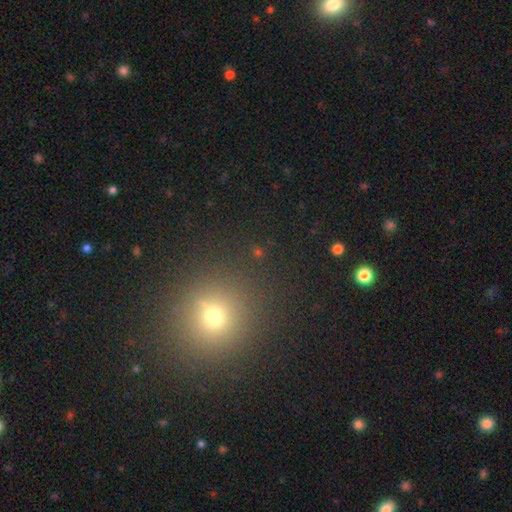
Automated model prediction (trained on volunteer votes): Smooth or featured? Predicted: smooth (p=0.52). How rounded? Predicted: round (p=0.87). Merging? Predicted: none (p=0.86).